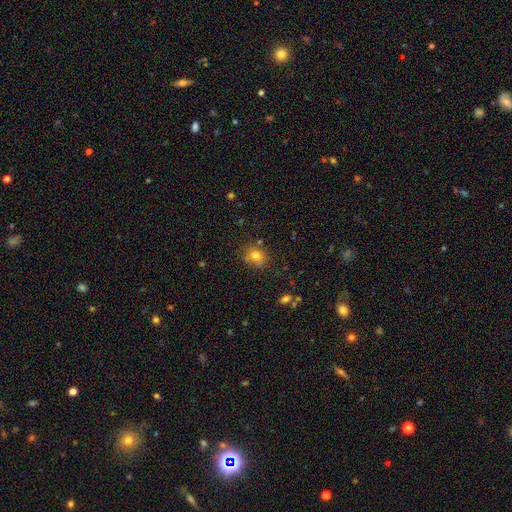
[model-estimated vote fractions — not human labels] Smooth or featured: smooth — 78% (star or artifact — 13%)
How rounded: round — 70% (in between — 29%)
Merging: none — 71% (minor disturbance — 17%)